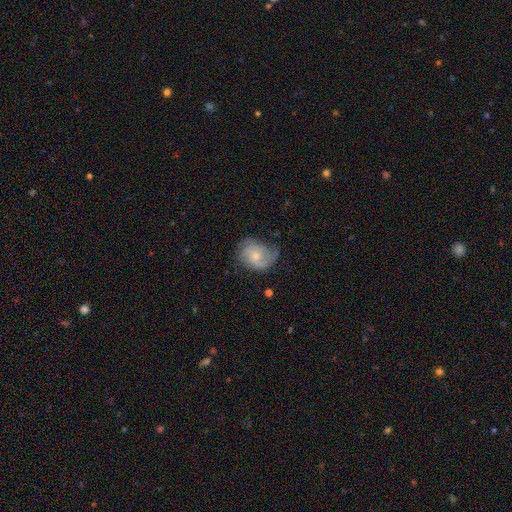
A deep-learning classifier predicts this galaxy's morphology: Smooth or featured?
  - featured or disk: 63% *
  - smooth: 30%
  - star or artifact: 7%
Edge-on disk?
  - no: 97% *
  - yes: 3%
Bar?
  - no: 71% *
  - weak: 25%
  - strong: 3%
Spiral arms?
  - yes: 89% *
  - no: 11%
Spiral winding?
  - medium: 41% *
  - tight: 39%
  - loose: 20%
Spiral arm count?
  - 2: 51% *
  - can't tell: 23%
  - 3: 12%
  - 1: 9%
  - 4: 3%
  - more than 4: 3%
Bulge size?
  - small: 50% *
  - moderate: 43%
  - none: 4%
  - large: 3%
  - dominant: 1%
Merging?
  - none: 59% *
  - minor disturbance: 27%
  - major disturbance: 12%
  - merger: 2%